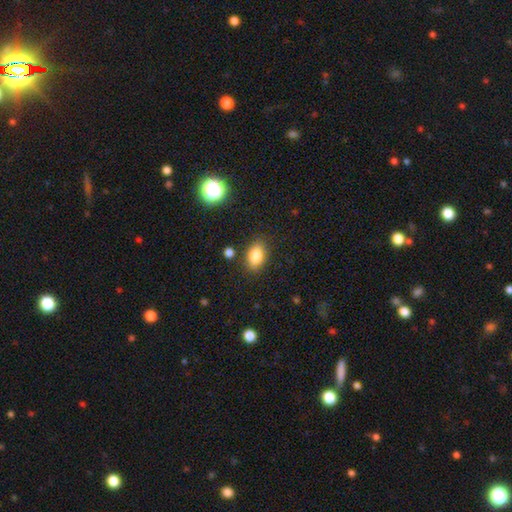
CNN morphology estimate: Smooth or featured: smooth — 83% (star or artifact — 10%)
How rounded: in between — 83% (round — 15%)
Merging: none — 83% (minor disturbance — 12%)